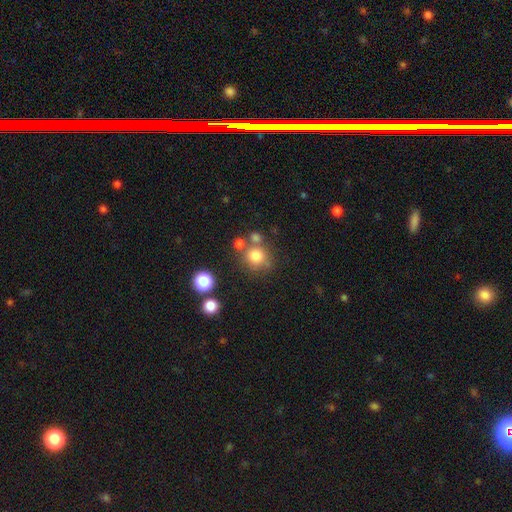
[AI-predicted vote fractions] smooth 78%, star or artifact 13%, featured or disk 9%. Down the decision tree: how rounded — round (87%); merging — none (63%).